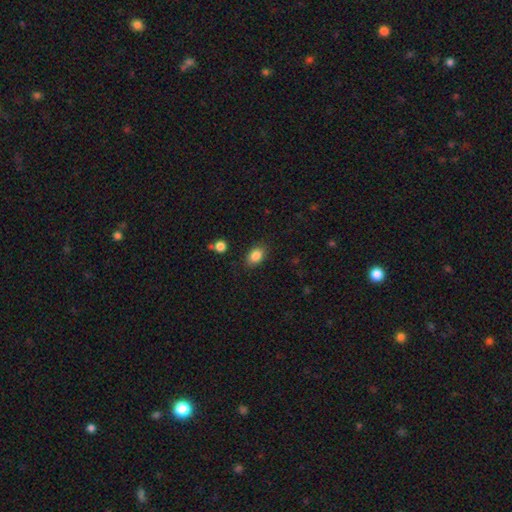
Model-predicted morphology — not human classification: This appears to be a smooth galaxy with no disk features (85%) that is in between round and cigar-shaped (79%). Merging: none (84%).